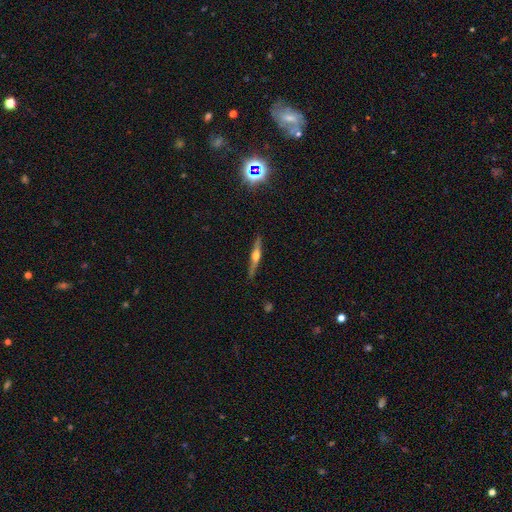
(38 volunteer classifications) Morphology: type=featured or disk (71%); edge-on=yes (96%); edge-on bulge=rounded (81%); merging=none (94%).